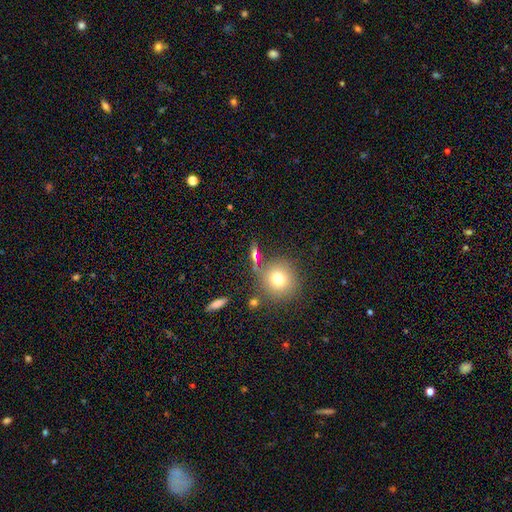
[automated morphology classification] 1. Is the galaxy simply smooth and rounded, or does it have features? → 62% smooth, 19% featured or disk, 19% star or artifact.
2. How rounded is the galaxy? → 47% round, 30% in between, 24% cigar-shaped.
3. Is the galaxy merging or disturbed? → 71% none, 12% merger, 12% minor disturbance, 5% major disturbance.